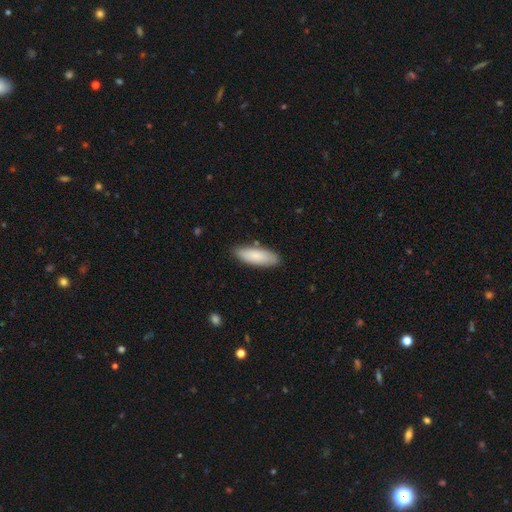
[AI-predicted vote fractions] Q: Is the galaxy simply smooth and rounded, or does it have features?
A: smooth — 85%.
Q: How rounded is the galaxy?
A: in between — 65%.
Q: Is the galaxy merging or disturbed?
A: none — 84%.